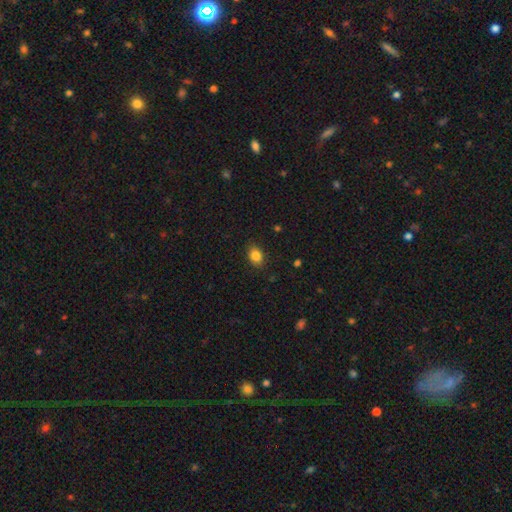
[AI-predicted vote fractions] This is clearly a smooth galaxy (85%). How rounded: likely in between (72%). Merging: clearly none (87%).